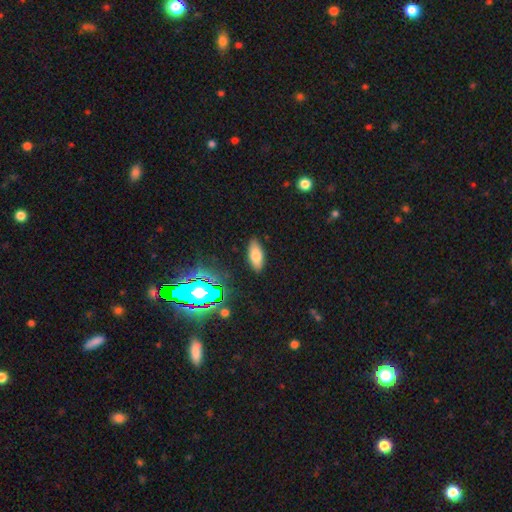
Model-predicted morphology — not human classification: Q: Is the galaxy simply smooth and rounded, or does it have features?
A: smooth — 72%.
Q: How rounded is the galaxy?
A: in between — 81%.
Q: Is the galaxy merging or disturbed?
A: none — 86%.